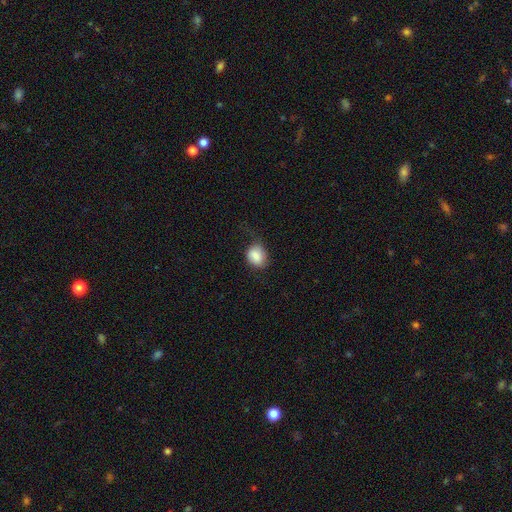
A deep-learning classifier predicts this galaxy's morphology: Smooth or featured?
  - smooth: 84% *
  - featured or disk: 8%
  - star or artifact: 8%
How rounded?
  - round: 52% *
  - in between: 47%
  - cigar-shaped: 1%
Merging?
  - none: 48% *
  - minor disturbance: 32%
  - major disturbance: 18%
  - merger: 2%